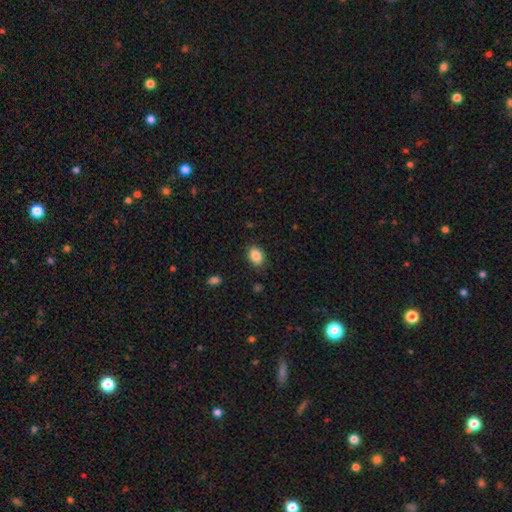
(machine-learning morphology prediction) Q: Smooth or featured?
A: smooth (87%); runner-up: star or artifact (8%)
Q: How rounded?
A: in between (76%); runner-up: round (23%)
Q: Merging?
A: none (85%); runner-up: minor disturbance (11%)